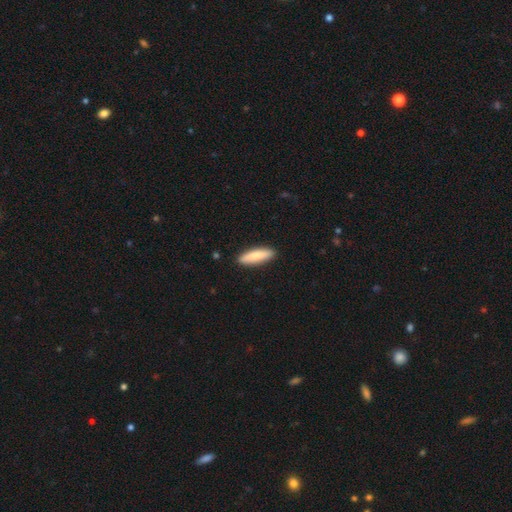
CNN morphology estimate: Smooth or featured? Predicted: smooth (p=0.84). How rounded? Predicted: cigar-shaped (p=0.65). Merging? Predicted: none (p=0.91).